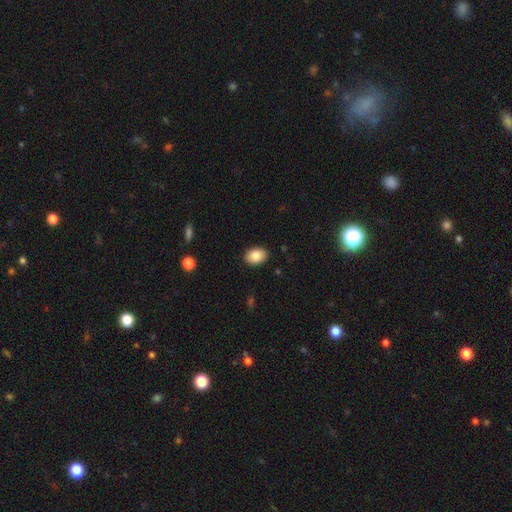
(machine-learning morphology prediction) This appears to be a smooth galaxy with no disk features (86%) that is in between round and cigar-shaped (82%). Merging: none (89%).